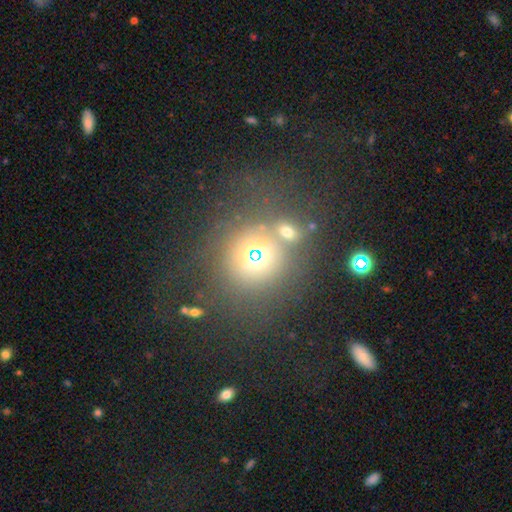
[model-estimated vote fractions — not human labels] This appears to be a smooth galaxy with no disk features (55%) that is round (80%). Merging: none (60%).